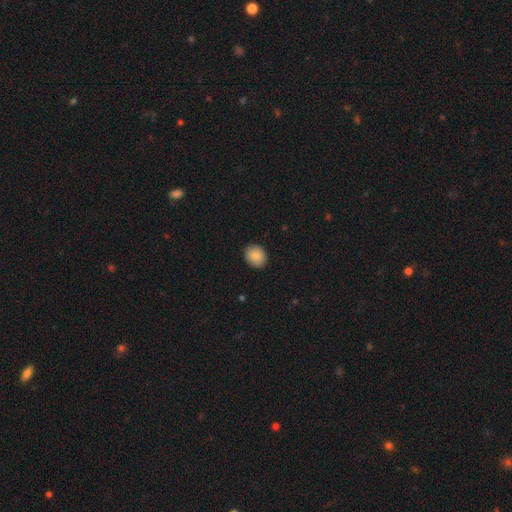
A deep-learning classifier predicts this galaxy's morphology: The model was most divided on "how rounded": round: 76%, in between: 23%, cigar-shaped: 1%. More confident: merging — none (90%); smooth or featured — smooth (87%).